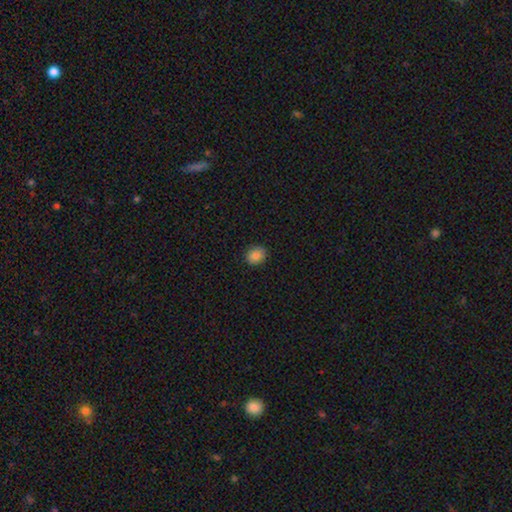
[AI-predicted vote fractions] Overall: smooth (84%). How rounded: round (65%; in between 34%). Merging: none (89%).